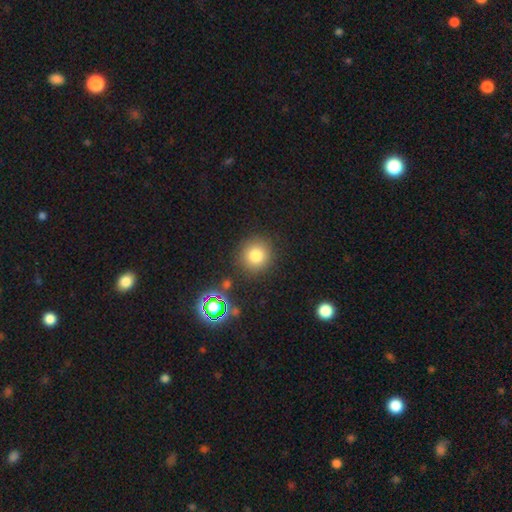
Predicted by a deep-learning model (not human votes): smooth_or_featured: smooth (p=0.78) [alt: star or artifact p=0.15]
how_rounded: round (p=0.92) [alt: in between p=0.07]
merging: none (p=0.87) [alt: minor disturbance p=0.07]